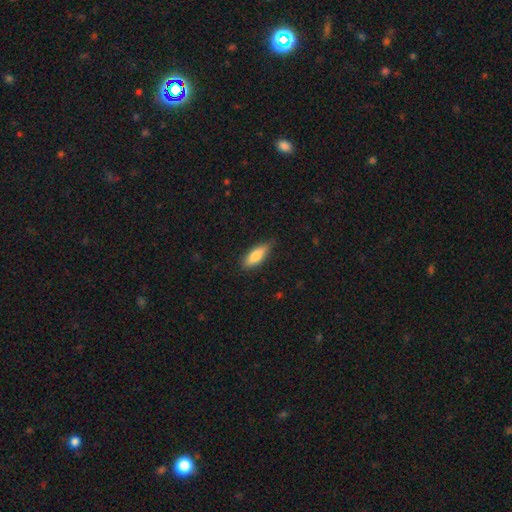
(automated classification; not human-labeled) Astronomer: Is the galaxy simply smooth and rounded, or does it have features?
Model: smooth — 80%.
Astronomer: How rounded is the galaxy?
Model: in between — 65%.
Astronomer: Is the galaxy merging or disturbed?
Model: none — 80%.